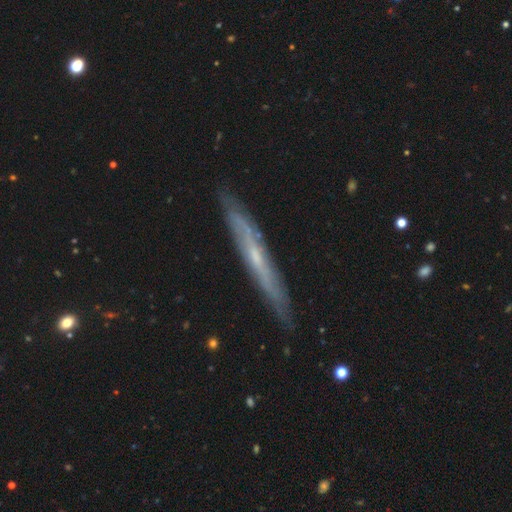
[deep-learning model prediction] This is likely a featured or disk galaxy (70%). It is clearly viewed edge-on (84%). Edge-on bulge: possibly none (56%). Merging: clearly none (84%).